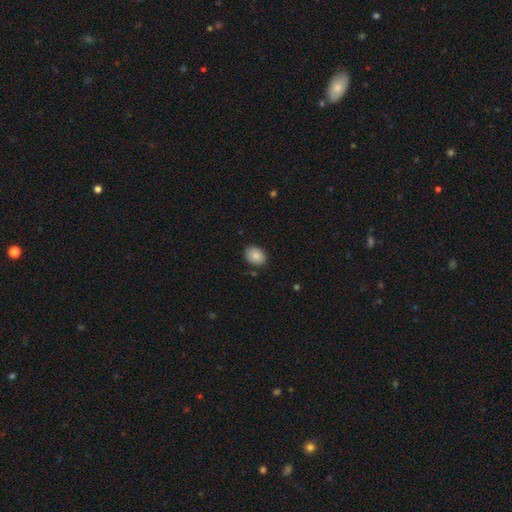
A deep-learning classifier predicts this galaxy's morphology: This appears to be a smooth galaxy with no disk features (87%) that is in between round and cigar-shaped (72%). Merging: none (85%).